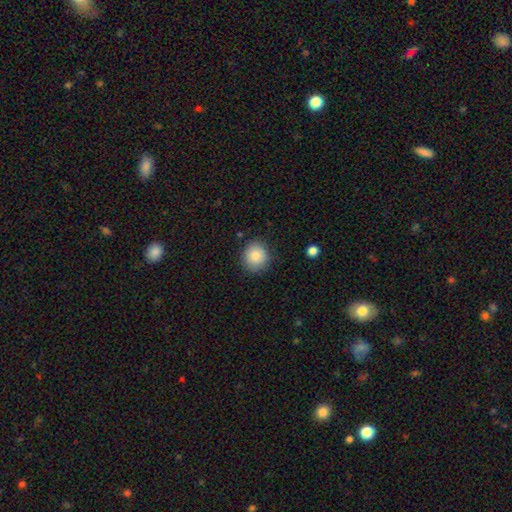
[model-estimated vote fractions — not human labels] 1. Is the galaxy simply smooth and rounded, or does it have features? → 84% smooth, 9% star or artifact, 7% featured or disk.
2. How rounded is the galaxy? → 85% round, 14% in between, 1% cigar-shaped.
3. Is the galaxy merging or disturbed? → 86% none, 10% minor disturbance, 3% major disturbance, 1% merger.